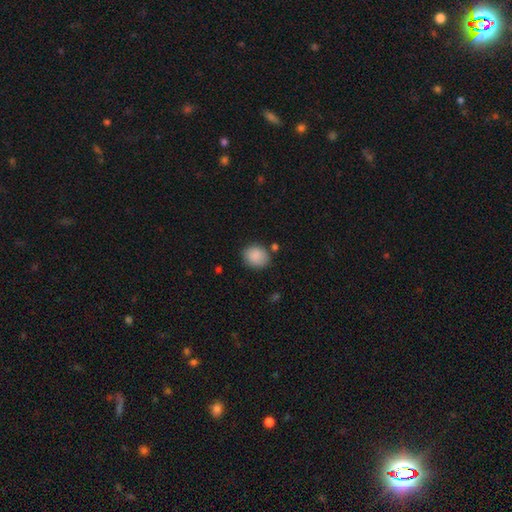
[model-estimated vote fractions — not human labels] A smooth galaxy with no disk features (88%) that is round (68%).

Vote fractions:
- Smooth or featured? smooth: 88% / star or artifact: 7% / featured or disk: 4%
- How rounded? round: 68% / in between: 31% / cigar-shaped: 1%
- Merging? none: 79% / minor disturbance: 14% / merger: 4% / major disturbance: 3%